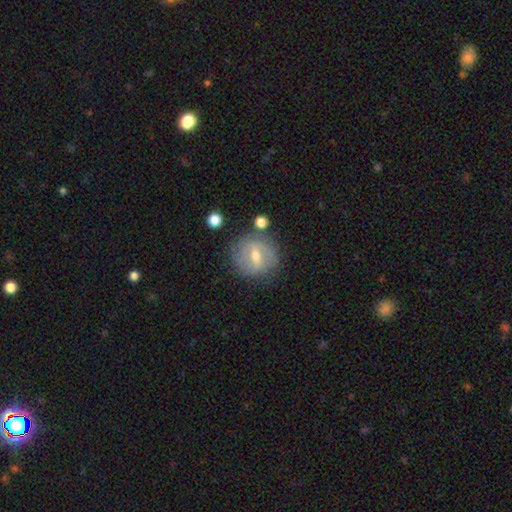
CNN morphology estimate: The model was most divided on "spiral arms": no: 51%, yes: 49%. Remaining: edge-on disk — no (93%); merging — none (76%); bulge size — moderate (68%); smooth or featured — featured or disk (57%); bar — weak (48%).